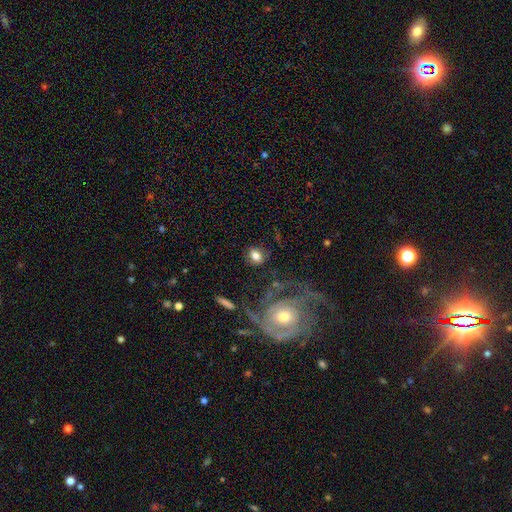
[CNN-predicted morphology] A smooth galaxy with no disk features (74%) that is round (55%).

Vote fractions:
- Smooth or featured? smooth: 74% / featured or disk: 17% / star or artifact: 10%
- How rounded? round: 55% / in between: 43% / cigar-shaped: 2%
- Merging? none: 75% / minor disturbance: 13% / major disturbance: 7% / merger: 5%